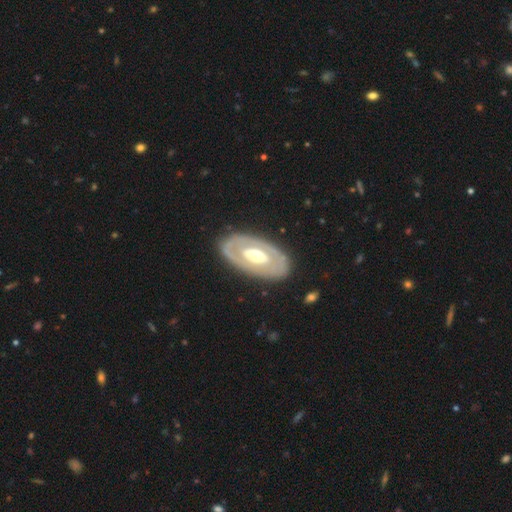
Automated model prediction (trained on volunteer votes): Overall: featured or disk (69%). Edge-on disk: no (89%). Bar: no (60%; weak 25%). Spiral arms: no (73%). Bulge size: moderate (68%). Merging: none (83%).